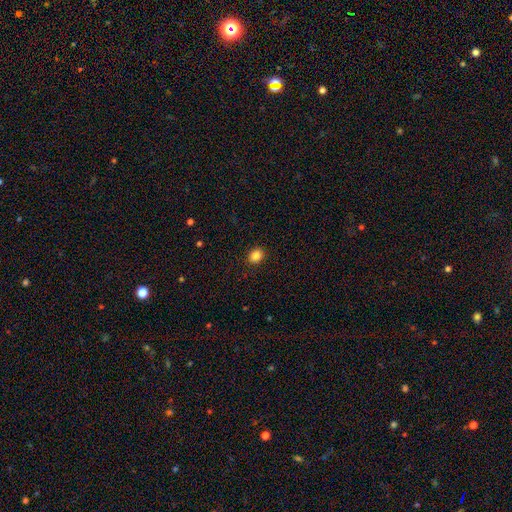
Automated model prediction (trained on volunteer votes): This appears to be a smooth galaxy with no disk features (86%) that is round (57%). Merging: none (90%).